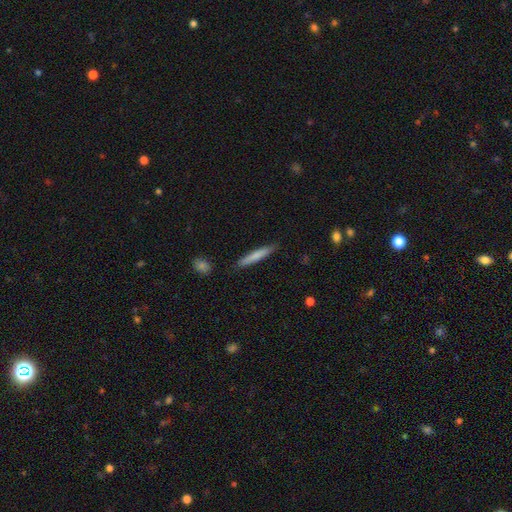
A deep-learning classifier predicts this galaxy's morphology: Overall: smooth (74%). How rounded: cigar-shaped (94%). Merging: none (88%).